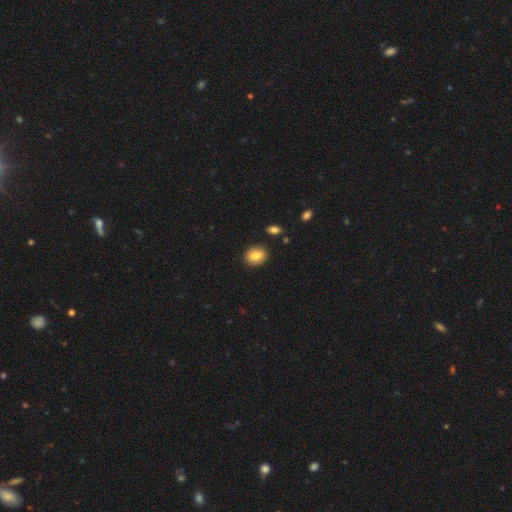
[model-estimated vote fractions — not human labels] smooth 82%, featured or disk 10%, star or artifact 8%. Down the decision tree: how rounded — round (62%); merging — none (89%).